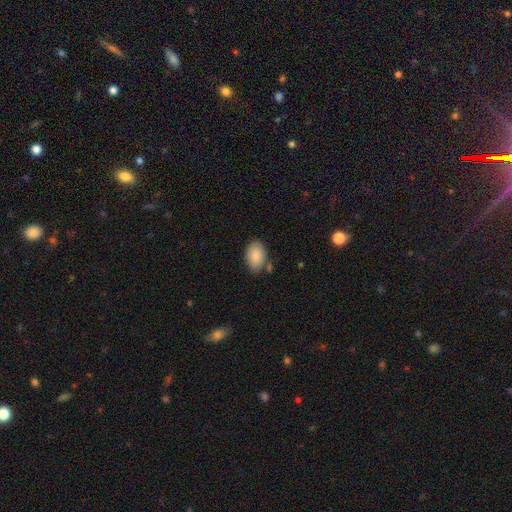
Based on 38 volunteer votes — smooth_or_featured: smooth (p=0.95) [alt: star or artifact p=0.05]
how_rounded: in between (p=0.89) [alt: round p=0.11]
merging: none (p=0.64) [alt: minor disturbance p=0.22]